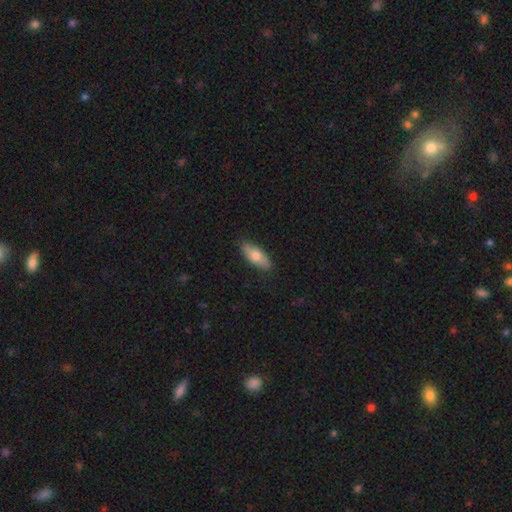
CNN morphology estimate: Smooth or featured: smooth — 71% (featured or disk — 23%)
How rounded: in between — 76% (cigar-shaped — 21%)
Merging: none — 86% (minor disturbance — 11%)